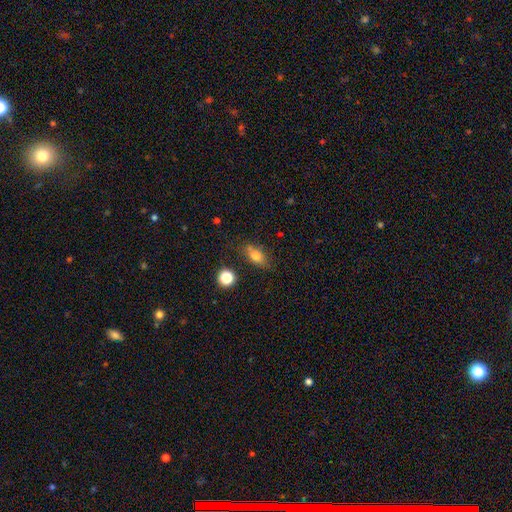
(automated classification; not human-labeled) Smooth or featured: smooth — 76% (featured or disk — 12%)
How rounded: in between — 73% (round — 21%)
Merging: none — 68% (minor disturbance — 18%)